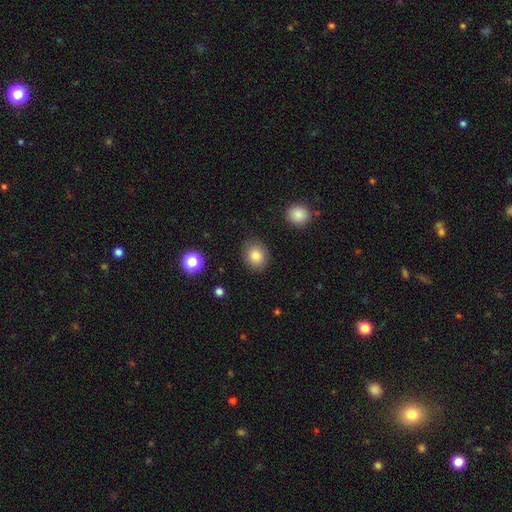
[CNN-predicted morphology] This is clearly a smooth galaxy (83%). How rounded: likely round (61%). Merging: clearly none (85%).